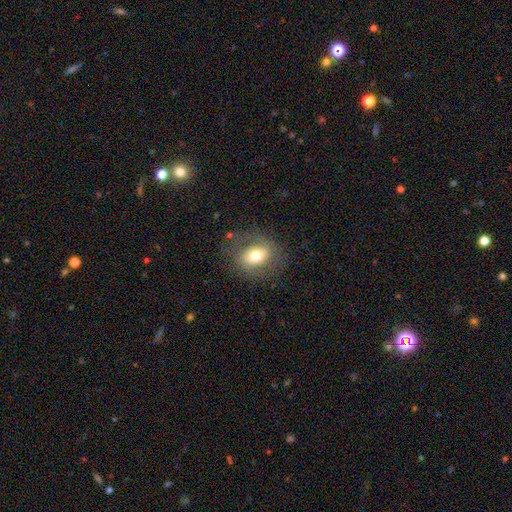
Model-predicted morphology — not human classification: type=smooth (62%); roundness=in between (56%); merging=none (72%).